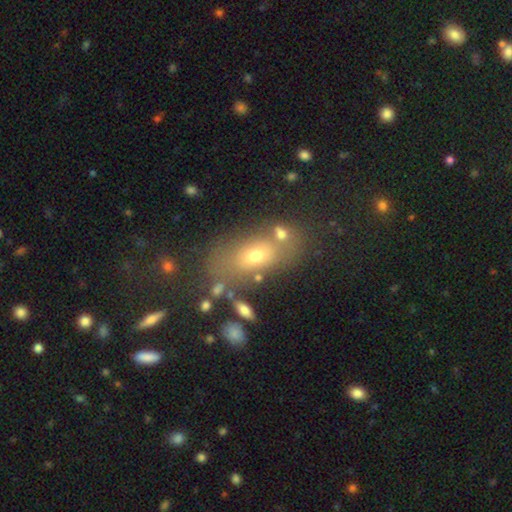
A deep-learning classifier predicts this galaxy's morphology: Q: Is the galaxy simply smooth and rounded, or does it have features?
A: smooth — 61%.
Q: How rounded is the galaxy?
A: in between — 76%.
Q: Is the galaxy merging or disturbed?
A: none — 62%.